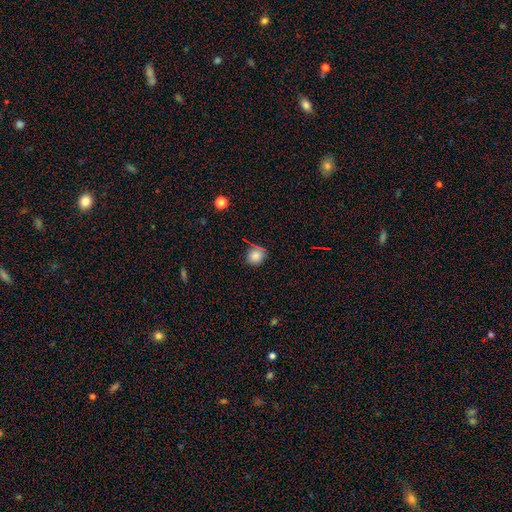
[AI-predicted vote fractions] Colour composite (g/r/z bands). It shows a smooth galaxy with no disk features (80%) that is round (83%). Merging: none (75%).